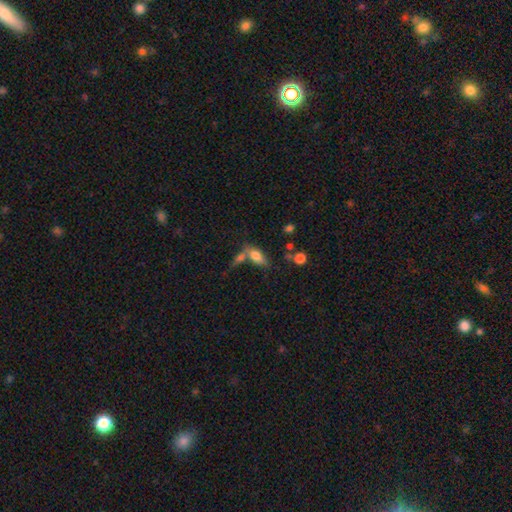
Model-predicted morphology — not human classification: A smooth galaxy with no disk features (73%) that is in between round and cigar-shaped (80%).

Vote fractions:
- Smooth or featured? smooth: 73% / featured or disk: 18% / star or artifact: 9%
- How rounded? in between: 80% / cigar-shaped: 15% / round: 4%
- Merging? none: 43% / merger: 37% / minor disturbance: 13% / major disturbance: 7%